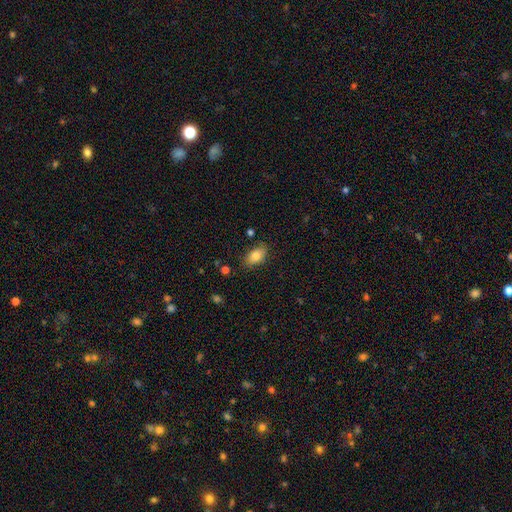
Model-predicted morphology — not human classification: This appears to be a smooth galaxy with no disk features (83%) that is in between round and cigar-shaped (90%). Merging: none (82%).